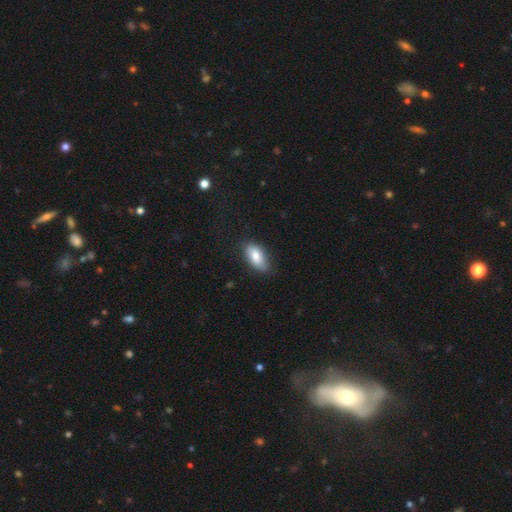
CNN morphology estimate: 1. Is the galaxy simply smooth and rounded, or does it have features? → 80% smooth, 14% featured or disk, 6% star or artifact.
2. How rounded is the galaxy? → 92% in between, 4% cigar-shaped, 3% round.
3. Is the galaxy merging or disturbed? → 78% none, 18% minor disturbance, 3% major disturbance, 1% merger.